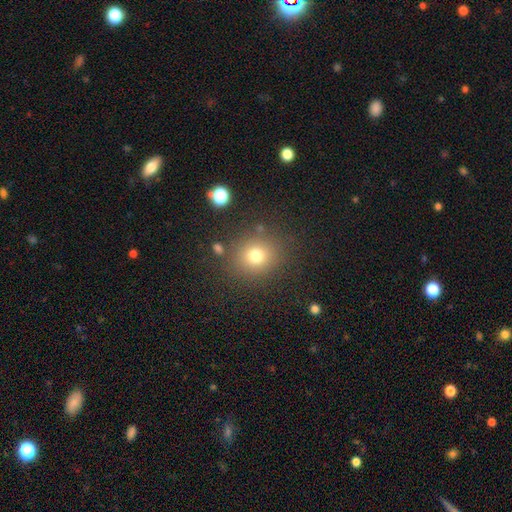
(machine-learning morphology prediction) Q: Smooth or featured?
A: smooth (76%); runner-up: star or artifact (16%)
Q: How rounded?
A: round (84%); runner-up: in between (15%)
Q: Merging?
A: none (83%); runner-up: minor disturbance (9%)